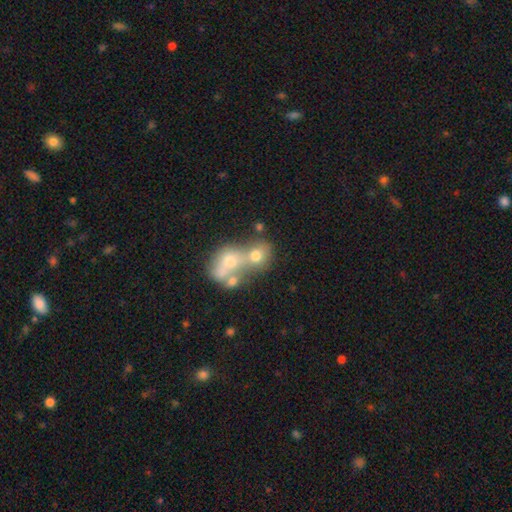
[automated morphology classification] smooth 63%, featured or disk 23%, star or artifact 13%. Down the decision tree: how rounded — round (59%); merging — merger (66%).